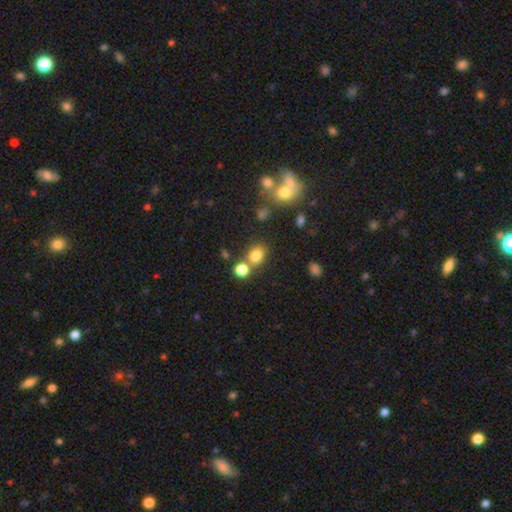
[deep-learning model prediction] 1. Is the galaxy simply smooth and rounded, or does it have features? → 78% smooth, 14% star or artifact, 8% featured or disk.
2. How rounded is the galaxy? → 51% round, 48% in between, 1% cigar-shaped.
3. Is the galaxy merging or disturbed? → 61% none, 23% merger, 11% minor disturbance, 5% major disturbance.